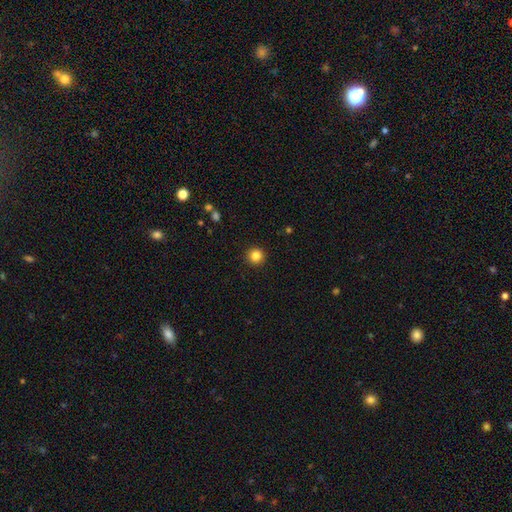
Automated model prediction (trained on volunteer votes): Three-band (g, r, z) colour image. It shows a smooth galaxy with no disk features (85%) that is round (95%). Merging: none (93%).